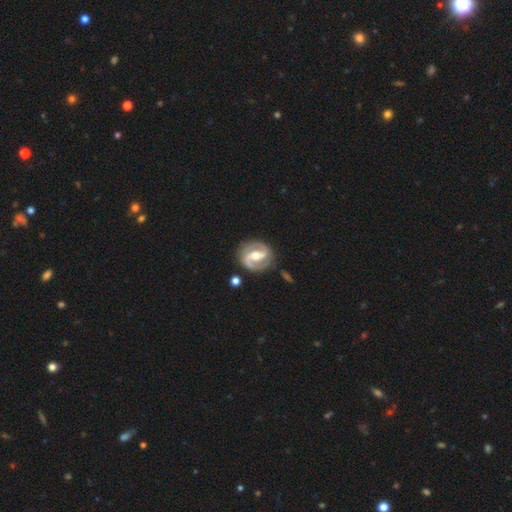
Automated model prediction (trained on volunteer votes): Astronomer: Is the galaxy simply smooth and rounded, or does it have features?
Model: featured or disk — 90%.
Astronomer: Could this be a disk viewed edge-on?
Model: no — 98%.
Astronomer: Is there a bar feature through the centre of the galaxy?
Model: strong — 45% (runner-up: weak, 37%).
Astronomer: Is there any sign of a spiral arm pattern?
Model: yes — 96%.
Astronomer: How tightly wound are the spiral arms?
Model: medium — 53% (runner-up: tight, 34%).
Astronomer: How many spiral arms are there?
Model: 2 — 93%.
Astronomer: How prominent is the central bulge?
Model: moderate — 73%.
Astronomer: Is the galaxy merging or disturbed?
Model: none — 83%.